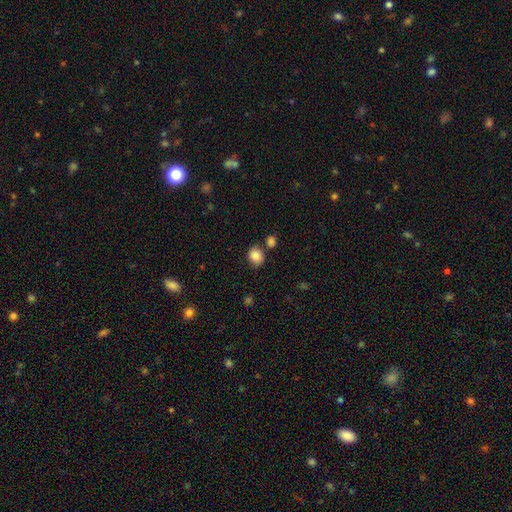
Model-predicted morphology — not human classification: Smooth or featured? smooth (86%)
How rounded? round (63%)
Merging? none (72%)